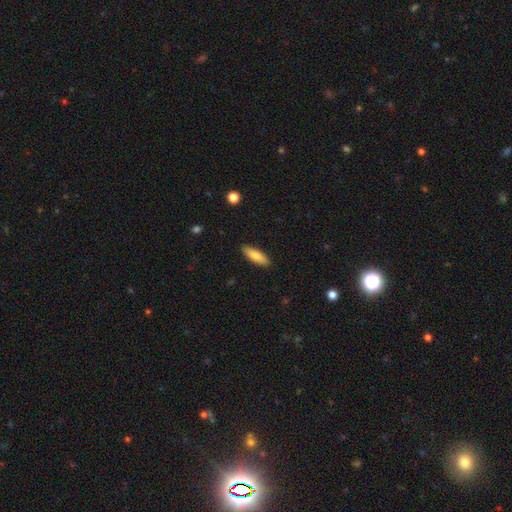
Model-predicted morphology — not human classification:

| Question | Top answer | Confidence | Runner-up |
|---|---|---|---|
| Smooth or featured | smooth | 79% | featured or disk (15%) |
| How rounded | in between | 52% | cigar-shaped (46%) |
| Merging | none | 89% | minor disturbance (8%) |